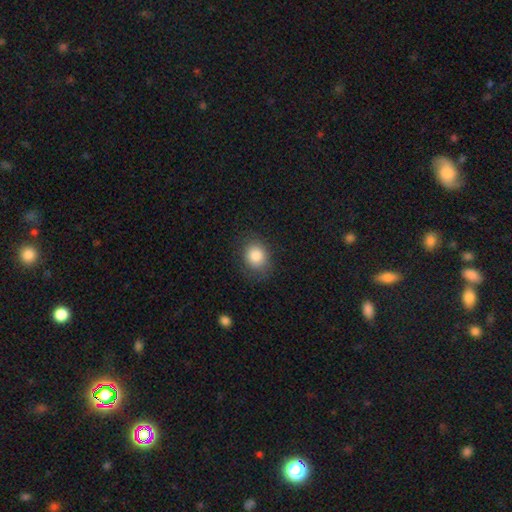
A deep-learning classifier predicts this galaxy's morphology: The model was most divided on "how rounded": round: 61%, in between: 38%, cigar-shaped: 1%. More confident: smooth or featured — smooth (84%); merging — none (79%).